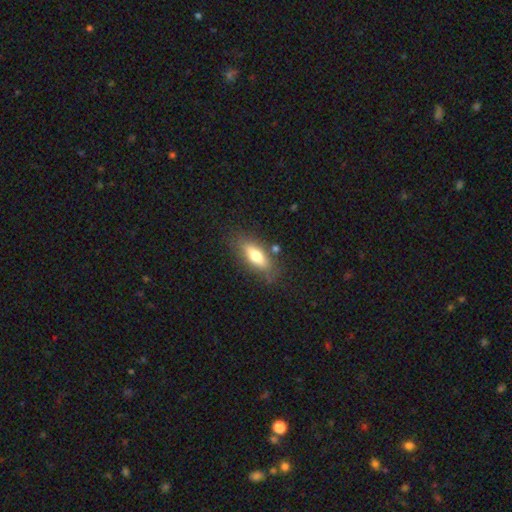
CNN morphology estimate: Q: Smooth or featured?
A: smooth (64%); runner-up: featured or disk (29%)
Q: How rounded?
A: in between (64%); runner-up: cigar-shaped (33%)
Q: Merging?
A: none (78%); runner-up: minor disturbance (14%)